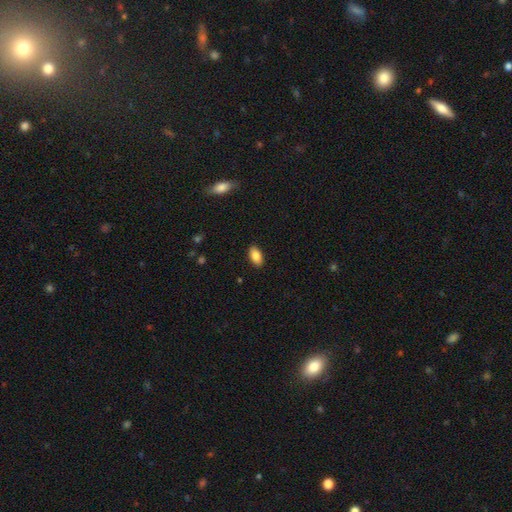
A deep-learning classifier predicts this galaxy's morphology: Smooth or featured? smooth (86%)
How rounded? in between (93%)
Merging? none (89%)